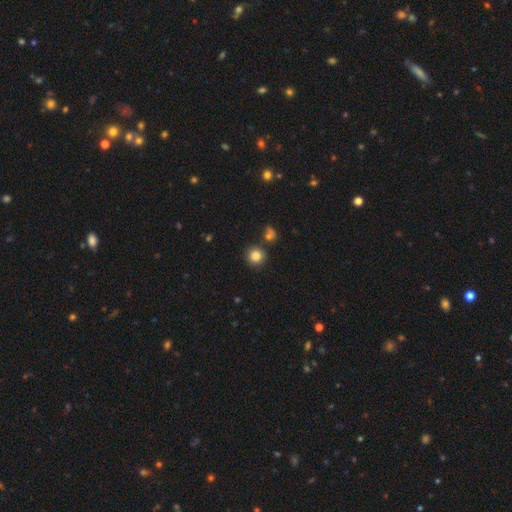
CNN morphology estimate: Smooth or featured: smooth — 83% (star or artifact — 11%)
How rounded: round — 92% (in between — 7%)
Merging: none — 83% (minor disturbance — 8%)